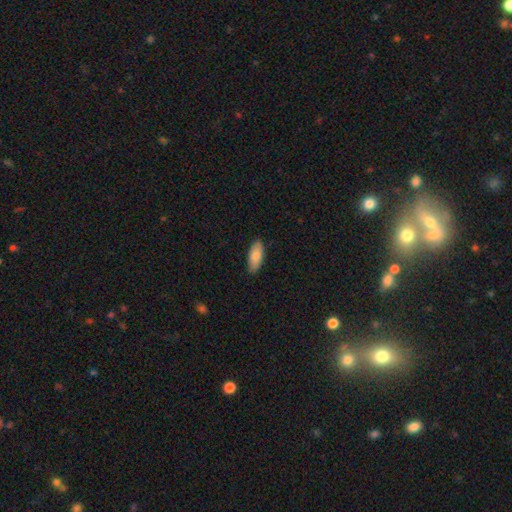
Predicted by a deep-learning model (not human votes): Smooth or featured? smooth (83%)
How rounded? in between (83%)
Merging? none (85%)